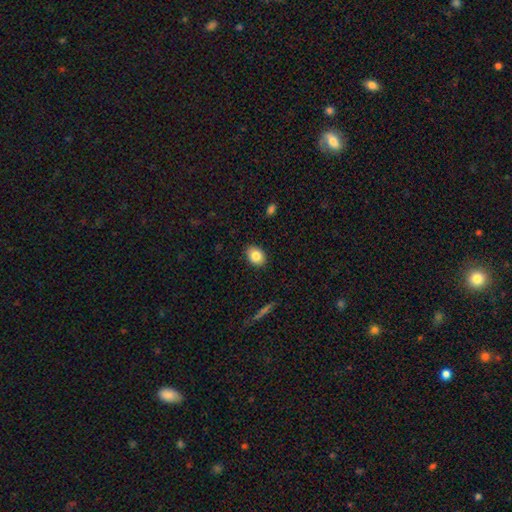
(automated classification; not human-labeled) Smooth or featured? smooth (84%)
How rounded? in between (65%)
Merging? none (89%)